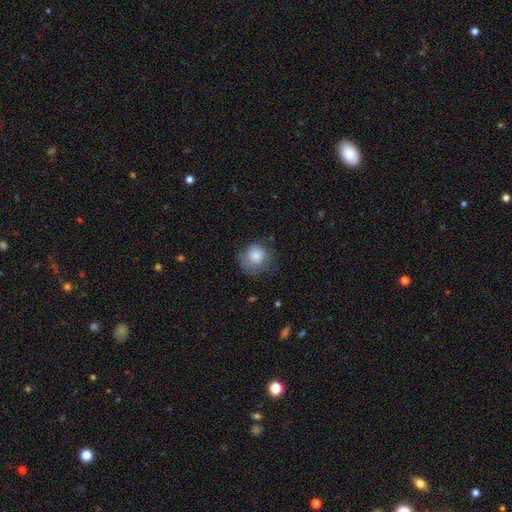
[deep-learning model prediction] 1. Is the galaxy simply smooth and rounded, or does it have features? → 81% smooth, 11% featured or disk, 8% star or artifact.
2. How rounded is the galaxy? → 87% round, 12% in between, 1% cigar-shaped.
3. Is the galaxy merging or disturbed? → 64% none, 24% minor disturbance, 11% major disturbance, 1% merger.